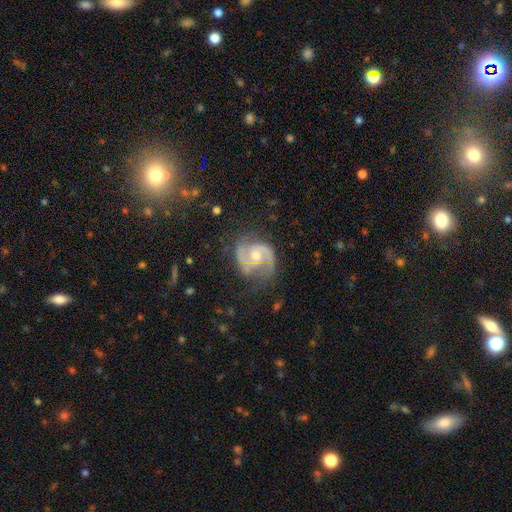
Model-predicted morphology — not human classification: Smooth or featured?
  - featured or disk: 82% *
  - smooth: 11%
  - star or artifact: 7%
Edge-on disk?
  - no: 98% *
  - yes: 2%
Bar?
  - no: 57% *
  - weak: 36%
  - strong: 7%
Spiral arms?
  - yes: 93% *
  - no: 7%
Spiral winding?
  - medium: 51% *
  - tight: 28%
  - loose: 21%
Spiral arm count?
  - 2: 77% *
  - can't tell: 10%
  - 3: 6%
  - 1: 4%
  - 4: 2%
  - more than 4: 2%
Bulge size?
  - moderate: 58% *
  - small: 35%
  - large: 3%
  - none: 2%
  - dominant: 1%
Merging?
  - none: 58% *
  - minor disturbance: 24%
  - major disturbance: 16%
  - merger: 2%